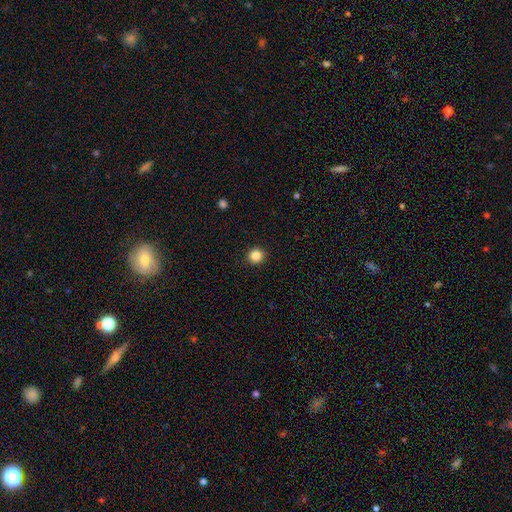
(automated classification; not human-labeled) Q: Smooth or featured?
A: smooth (86%); runner-up: star or artifact (11%)
Q: How rounded?
A: round (94%); runner-up: in between (6%)
Q: Merging?
A: none (93%); runner-up: minor disturbance (5%)